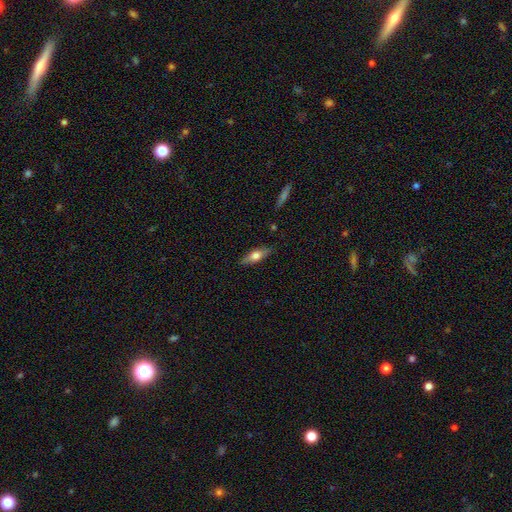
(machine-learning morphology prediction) smooth_or_featured: smooth (p=0.59) [alt: featured or disk p=0.35]
how_rounded: in between (p=0.55) [alt: cigar-shaped p=0.42]
merging: none (p=0.84) [alt: minor disturbance p=0.12]